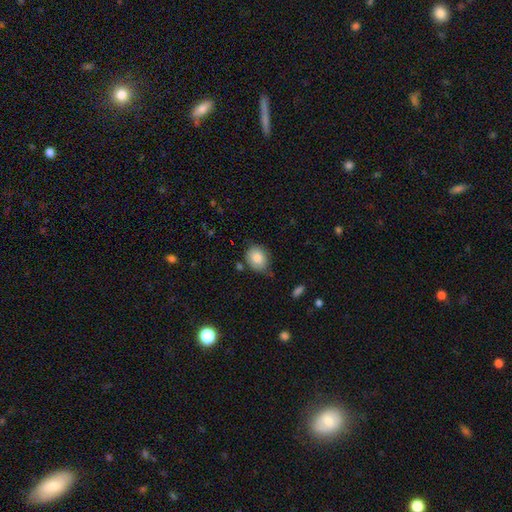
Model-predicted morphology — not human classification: Smooth or featured?
  - smooth: 86% *
  - star or artifact: 8%
  - featured or disk: 6%
How rounded?
  - in between: 53% *
  - round: 46%
  - cigar-shaped: 1%
Merging?
  - none: 69% *
  - minor disturbance: 23%
  - major disturbance: 4%
  - merger: 4%